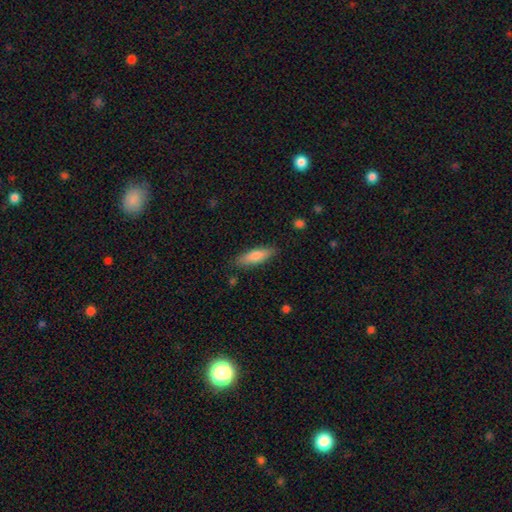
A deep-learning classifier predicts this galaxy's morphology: Smooth or featured?
  - smooth: 76% *
  - featured or disk: 18%
  - star or artifact: 6%
How rounded?
  - cigar-shaped: 53% *
  - in between: 45%
  - round: 2%
Merging?
  - none: 85% *
  - minor disturbance: 11%
  - major disturbance: 2%
  - merger: 1%